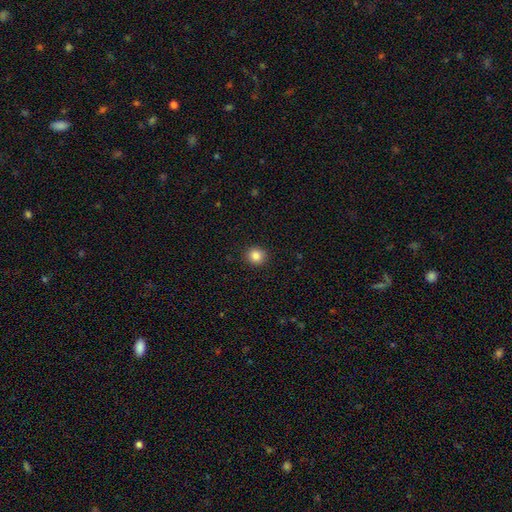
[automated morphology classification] Smooth or featured?
  - smooth: 85% *
  - star or artifact: 10%
  - featured or disk: 4%
How rounded?
  - round: 88% *
  - in between: 11%
  - cigar-shaped: 1%
Merging?
  - none: 91% *
  - minor disturbance: 6%
  - major disturbance: 2%
  - merger: 1%